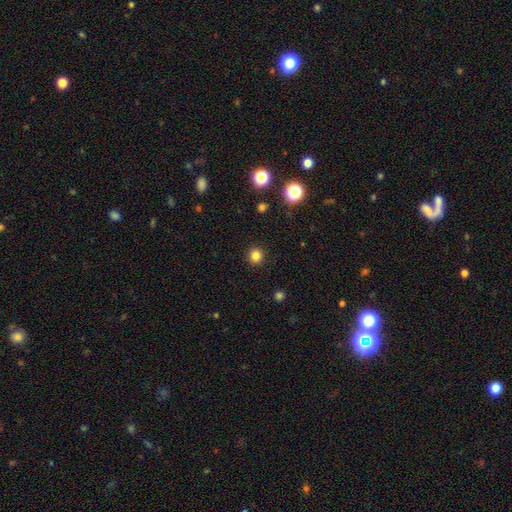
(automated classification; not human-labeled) smooth_or_featured: smooth (p=0.82) [alt: star or artifact p=0.14]
how_rounded: round (p=0.93) [alt: in between p=0.06]
merging: none (p=0.92) [alt: minor disturbance p=0.05]